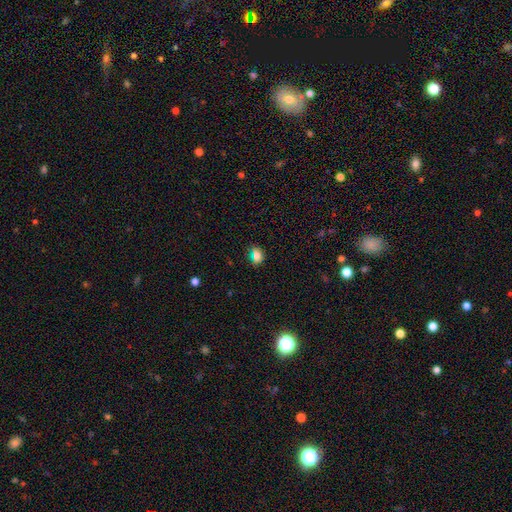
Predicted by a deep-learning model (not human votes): Smooth or featured? Predicted: smooth (p=0.72). How rounded? Predicted: in between (p=0.56). Merging? Predicted: none (p=0.75).